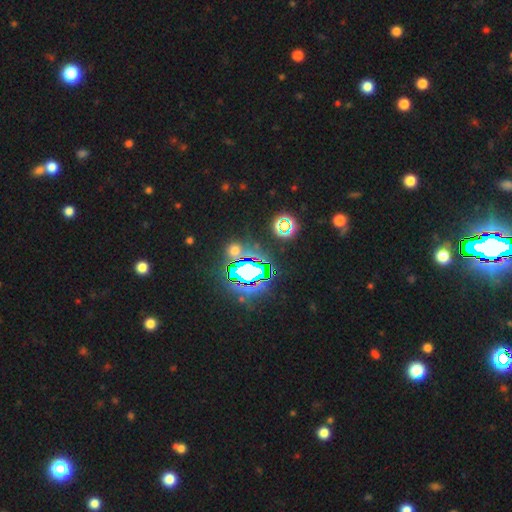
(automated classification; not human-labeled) A star or artifact, not a galaxy (82%).